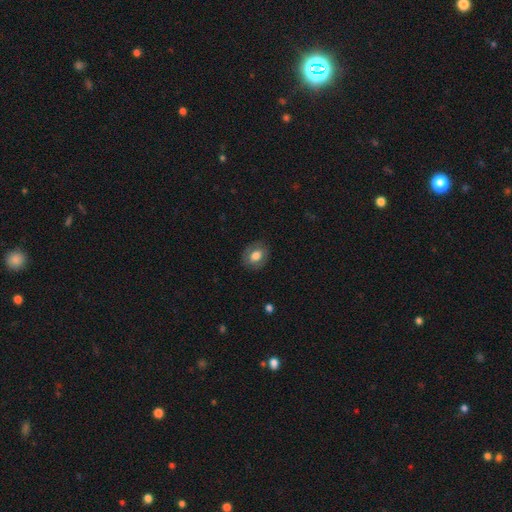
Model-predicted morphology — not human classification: smooth-or-featured: smooth: 67% | featured or disk: 25% | star or artifact: 8%
  how-rounded: in between: 52% | round: 47% | cigar-shaped: 1%
  merging: none: 83% | minor disturbance: 12% | major disturbance: 4% | merger: 1%